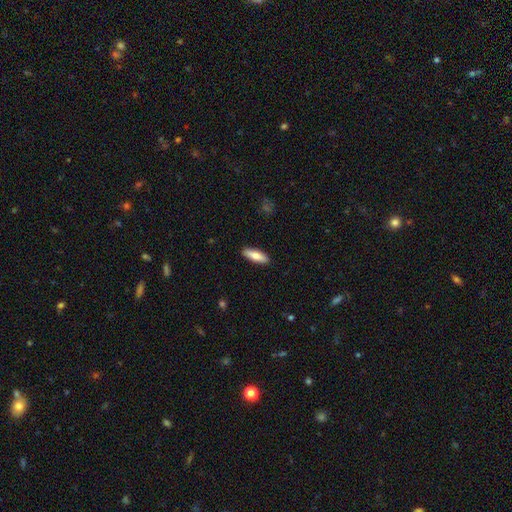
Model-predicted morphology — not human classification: Smooth or featured? Predicted: smooth (p=0.75). How rounded? Predicted: in between (p=0.49, tied with cigar-shaped). Merging? Predicted: none (p=0.91).